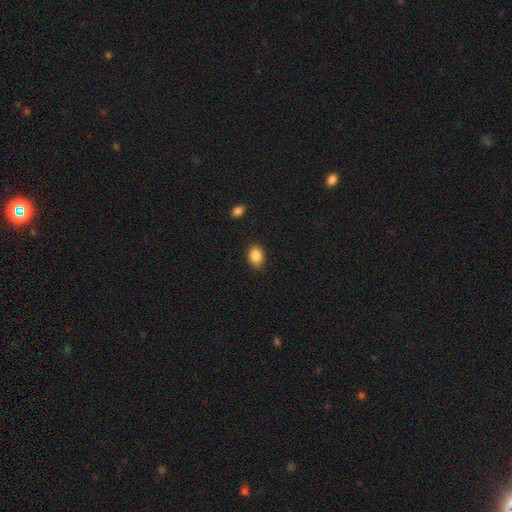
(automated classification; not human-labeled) smooth 87%, star or artifact 8%, featured or disk 5%. Down the decision tree: how rounded — in between (77%); merging — none (88%).